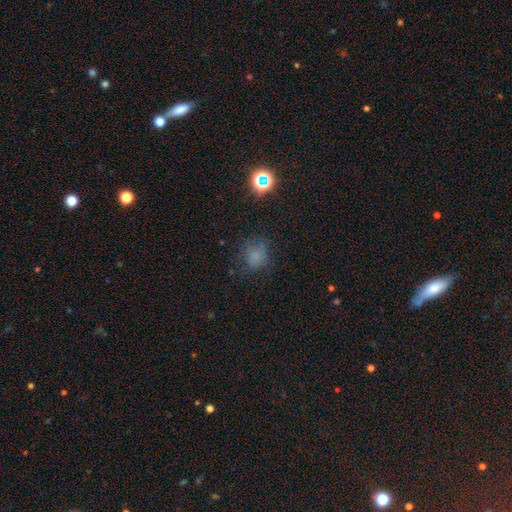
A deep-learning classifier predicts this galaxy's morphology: This is likely a smooth galaxy (69%). How rounded: likely round (70%). Merging: likely none (69%).